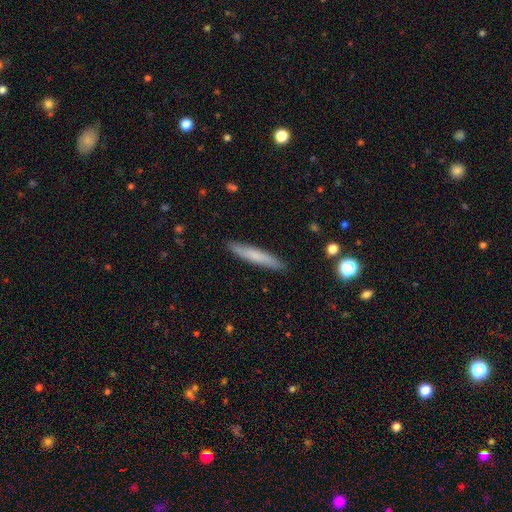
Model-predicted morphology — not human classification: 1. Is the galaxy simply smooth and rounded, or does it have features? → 70% smooth, 24% featured or disk, 6% star or artifact.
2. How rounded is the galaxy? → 93% cigar-shaped, 5% in between, 1% round.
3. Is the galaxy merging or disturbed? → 90% none, 8% minor disturbance, 1% major disturbance, 1% merger.